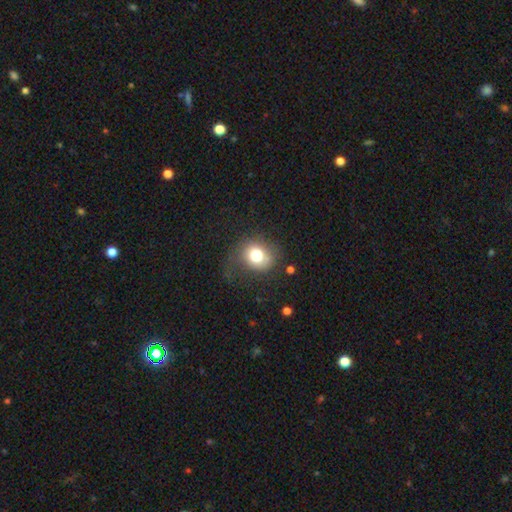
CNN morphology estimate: The model was most divided on "merging": none: 55%, minor disturbance: 24%, major disturbance: 17%, merger: 3%. More confident: smooth or featured — smooth (73%); how rounded — round (72%).